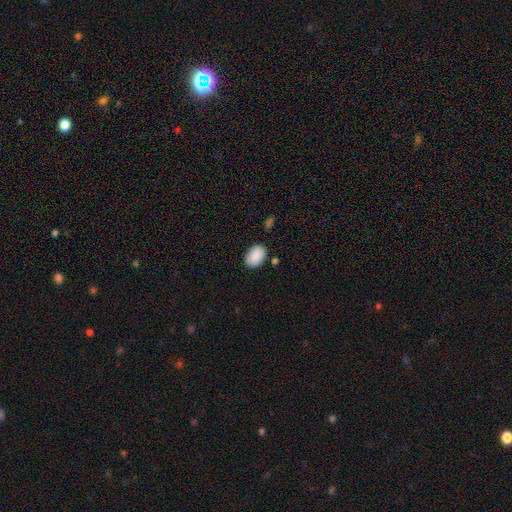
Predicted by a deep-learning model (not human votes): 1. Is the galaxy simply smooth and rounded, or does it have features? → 89% smooth, 7% star or artifact, 4% featured or disk.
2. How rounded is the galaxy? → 83% in between, 16% round, 1% cigar-shaped.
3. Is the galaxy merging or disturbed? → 80% none, 14% minor disturbance, 4% merger, 3% major disturbance.